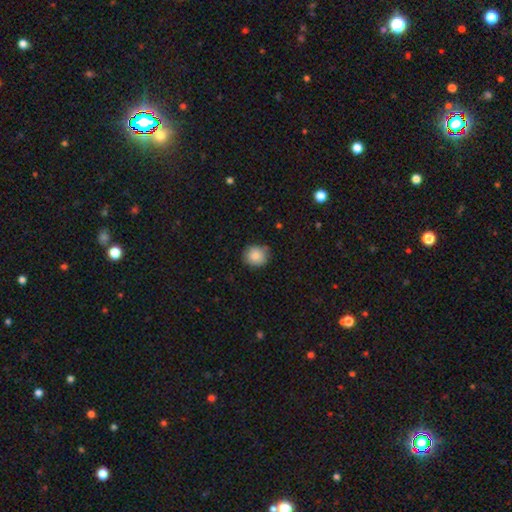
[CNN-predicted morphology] This is clearly a smooth galaxy (86%). How rounded: clearly round (86%). Merging: clearly none (82%).